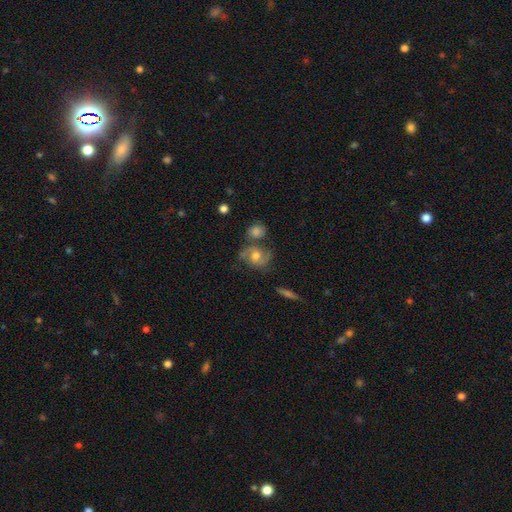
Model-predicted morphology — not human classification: smooth-or-featured: featured or disk: 71% | smooth: 21% | star or artifact: 8%
  disk-edge-on: no: 96% | yes: 4%
    bar: no: 64% | weak: 30% | strong: 6%
    has-spiral-arms: yes: 92% | no: 8%
      spiral-winding: medium: 53% | tight: 24% | loose: 23%
      spiral-arm-count: 2: 86% | can't tell: 7% | 3: 3% | 1: 2% | 4: 1% | more than 4: 1%
    bulge-size: moderate: 71% | large: 13% | small: 13% | none: 2% | dominant: 1%
  merging: none: 61% | minor disturbance: 18% | merger: 14% | major disturbance: 8%